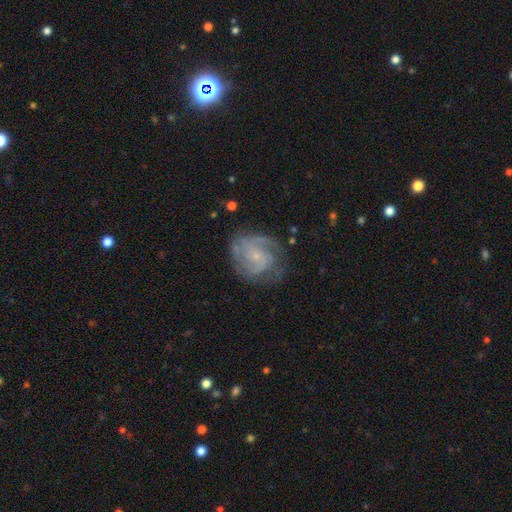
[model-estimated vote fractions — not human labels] The model was most divided on "spiral winding": tight: 47%, medium: 42%, loose: 11%. Remaining: edge-on disk — no (98%); spiral arms — yes (95%); smooth or featured — featured or disk (82%); bulge size — small (78%); merging — none (68%); bar — no (66%); spiral arm count — 2 (40%).